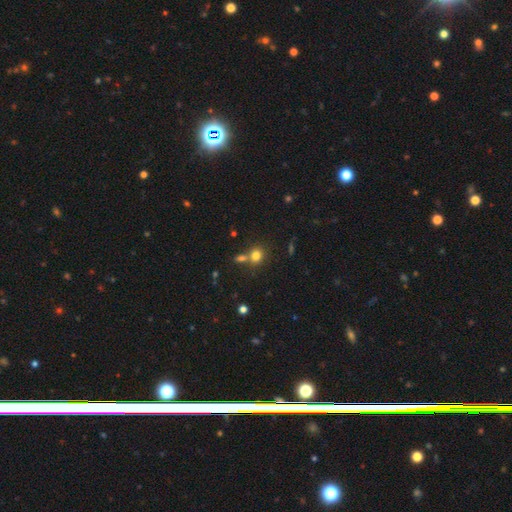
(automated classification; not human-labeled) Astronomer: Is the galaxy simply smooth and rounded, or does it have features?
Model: smooth — 77%.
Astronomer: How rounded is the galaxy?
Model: round — 76%.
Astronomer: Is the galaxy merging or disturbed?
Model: none — 58%.